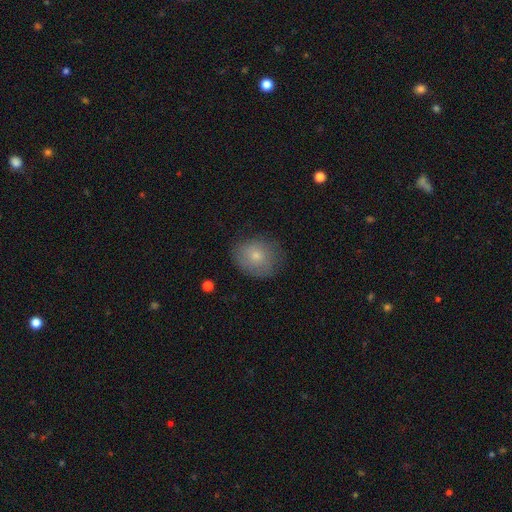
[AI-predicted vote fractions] smooth_or_featured: smooth (p=0.73) [alt: featured or disk p=0.18]
how_rounded: round (p=0.61) [alt: in between p=0.38]
merging: none (p=0.74) [alt: minor disturbance p=0.19]